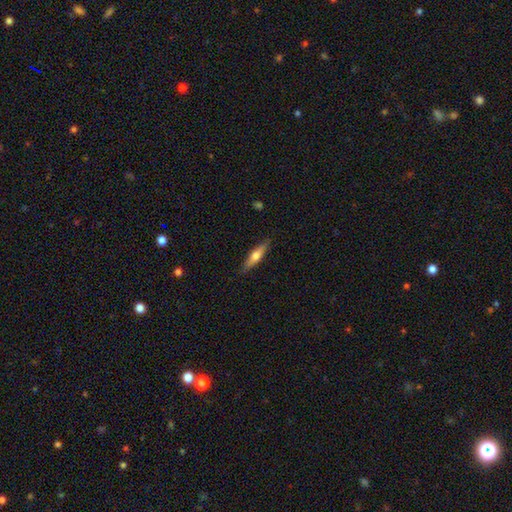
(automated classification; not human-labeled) smooth_or_featured: featured or disk (p=0.48) [alt: smooth p=0.46]
merging: none (p=0.87) [alt: minor disturbance p=0.10]